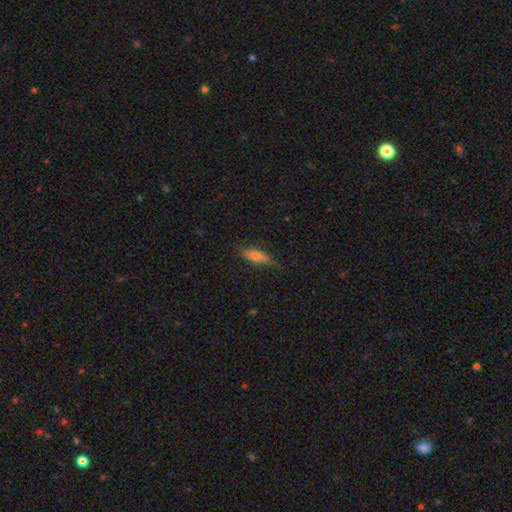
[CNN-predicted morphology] smooth_or_featured: smooth (p=0.55) [alt: featured or disk p=0.35]
how_rounded: in between (p=0.48) [tied with: cigar-shaped p=0.48]
merging: none (p=0.71) [alt: minor disturbance p=0.23]